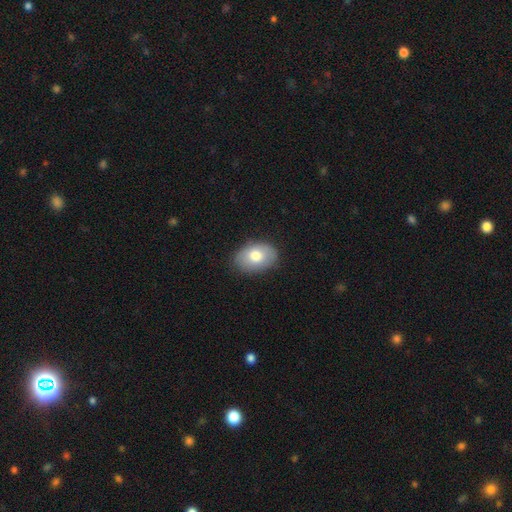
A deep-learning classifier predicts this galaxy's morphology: Overall: smooth (74%). How rounded: in between (83%). Merging: none (82%).